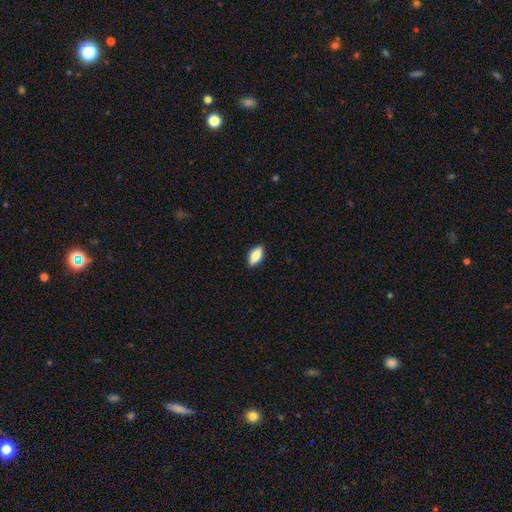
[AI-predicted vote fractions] Smooth or featured?
  - smooth: 77% *
  - featured or disk: 16%
  - star or artifact: 7%
How rounded?
  - in between: 82% *
  - cigar-shaped: 15%
  - round: 3%
Merging?
  - none: 87% *
  - minor disturbance: 10%
  - major disturbance: 2%
  - merger: 1%